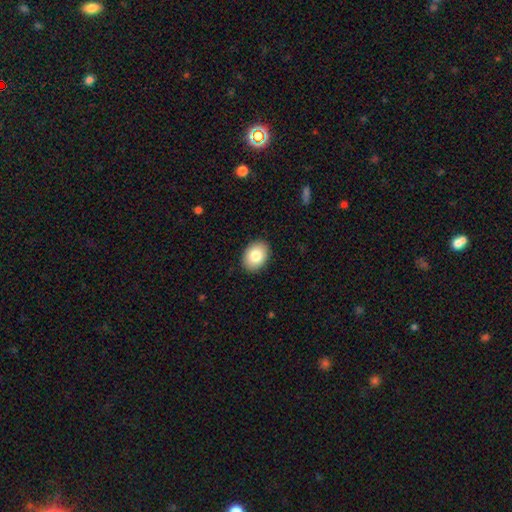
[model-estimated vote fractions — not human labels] smooth_or_featured: smooth (p=0.83) [alt: featured or disk p=0.09]
how_rounded: in between (p=0.71) [alt: round p=0.28]
merging: none (p=0.90) [alt: minor disturbance p=0.08]